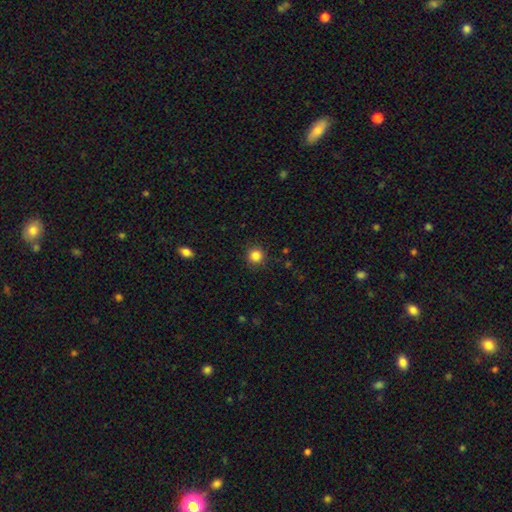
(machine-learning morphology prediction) A smooth galaxy with no disk features (85%) that is round (94%).

Vote fractions:
- Smooth or featured? smooth: 85% / star or artifact: 11% / featured or disk: 4%
- How rounded? round: 94% / in between: 5% / cigar-shaped: 1%
- Merging? none: 90% / minor disturbance: 6% / major disturbance: 2% / merger: 1%